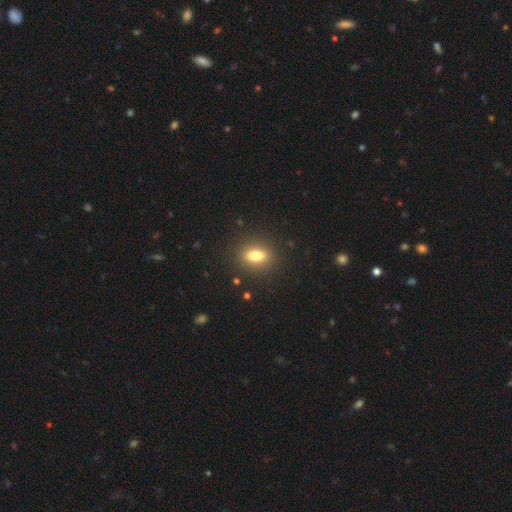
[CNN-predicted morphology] A smooth galaxy with no disk features (75%) that is in between round and cigar-shaped (72%).

Vote fractions:
- Smooth or featured? smooth: 75% / featured or disk: 15% / star or artifact: 10%
- How rounded? in between: 72% / round: 18% / cigar-shaped: 10%
- Merging? none: 87% / minor disturbance: 8% / major disturbance: 3% / merger: 1%